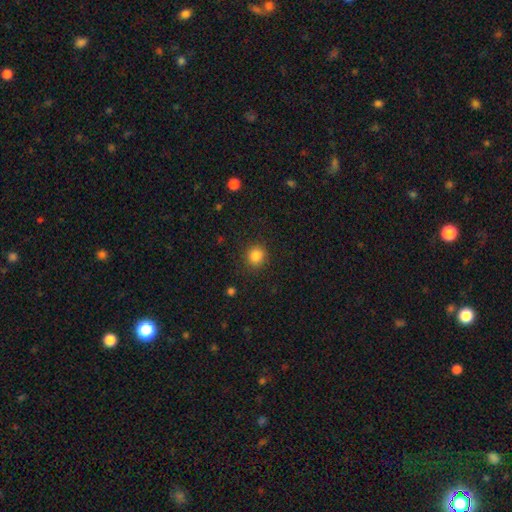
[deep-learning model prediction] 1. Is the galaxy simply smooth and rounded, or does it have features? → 85% smooth, 11% star or artifact, 4% featured or disk.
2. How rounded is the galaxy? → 88% round, 11% in between, 1% cigar-shaped.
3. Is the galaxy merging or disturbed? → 88% none, 8% minor disturbance, 3% major disturbance, 1% merger.